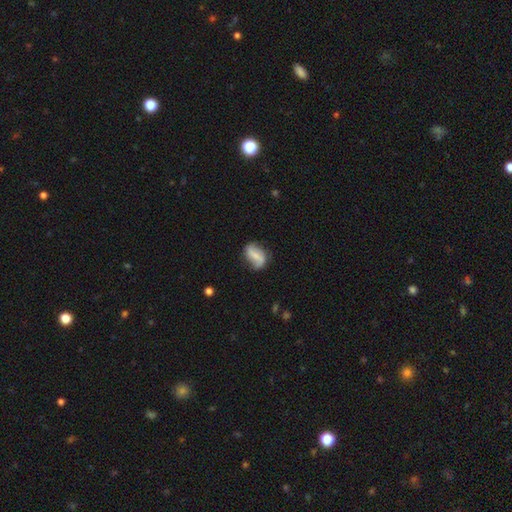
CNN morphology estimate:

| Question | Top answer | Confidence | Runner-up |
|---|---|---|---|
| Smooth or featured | featured or disk | 64% | smooth (29%) |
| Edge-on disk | no | 96% | yes (4%) |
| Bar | weak | 39% | strong (34%) |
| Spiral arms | yes | 87% | no (13%) |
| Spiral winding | loose | 65% | medium (24%) |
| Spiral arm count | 2 | 86% | can't tell (6%) |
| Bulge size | small | 51% | moderate (24%) |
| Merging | none | 67% | minor disturbance (23%) |